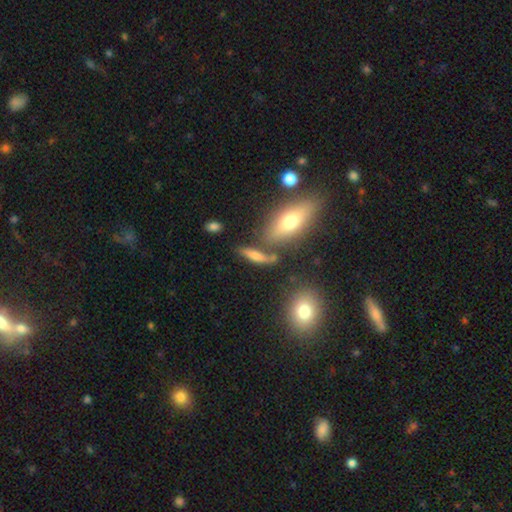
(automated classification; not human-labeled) smooth-or-featured: smooth: 56% | featured or disk: 32% | star or artifact: 11%
  how-rounded: cigar-shaped: 64% | in between: 31% | round: 6%
  merging: none: 58% | merger: 19% | minor disturbance: 16% | major disturbance: 7%